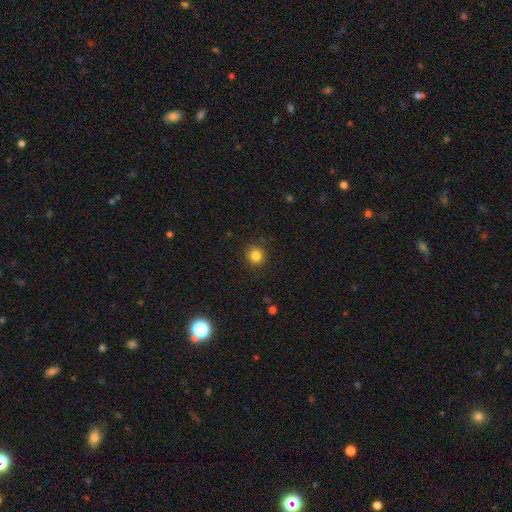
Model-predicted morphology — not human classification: A smooth galaxy with no disk features (84%) that is round (92%). Merging: none (90%).